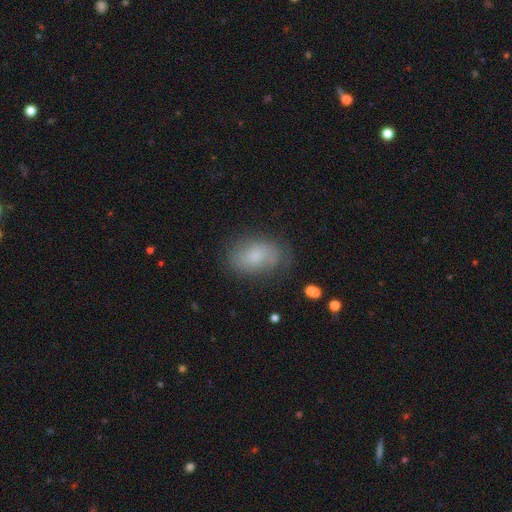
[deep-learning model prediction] This appears to be a smooth galaxy with no disk features (73%) that is in between round and cigar-shaped (87%). Merging: none (72%).